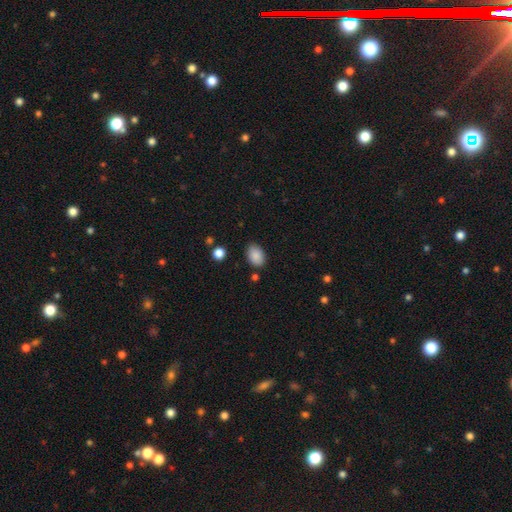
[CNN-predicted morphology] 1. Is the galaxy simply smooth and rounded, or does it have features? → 88% smooth, 8% star or artifact, 4% featured or disk.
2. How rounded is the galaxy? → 84% in between, 15% round, 1% cigar-shaped.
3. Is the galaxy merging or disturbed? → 80% none, 14% minor disturbance, 3% major disturbance, 2% merger.